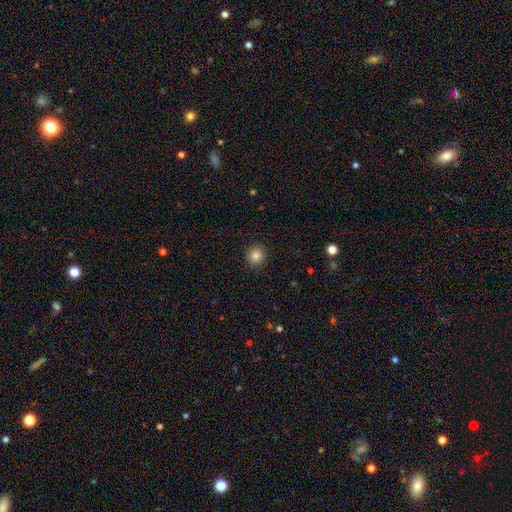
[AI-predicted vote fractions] Smooth or featured? Predicted: smooth (p=0.84). How rounded? Predicted: round (p=0.86). Merging? Predicted: none (p=0.91).